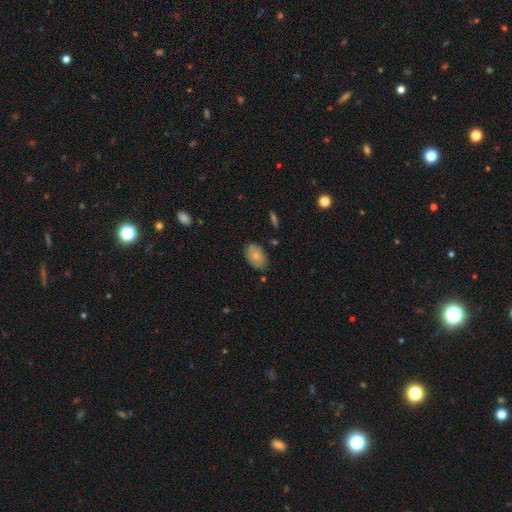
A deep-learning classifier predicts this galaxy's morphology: Smooth or featured? smooth (74%)
How rounded? in between (88%)
Merging? none (79%)